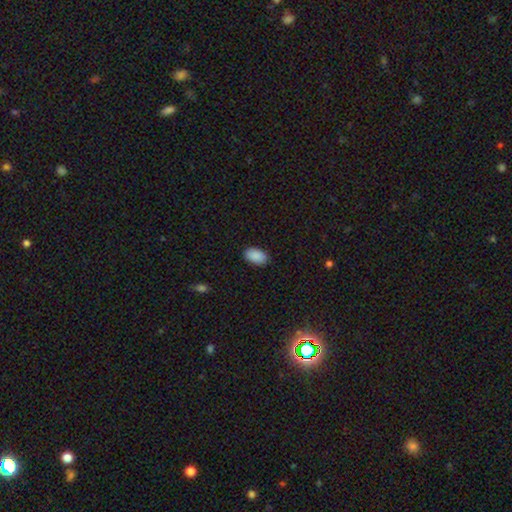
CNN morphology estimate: This appears to be a smooth galaxy with no disk features (90%) that is in between round and cigar-shaped (93%). Merging: none (88%).